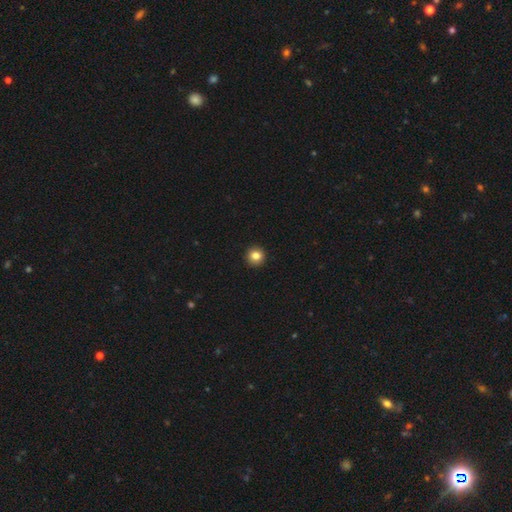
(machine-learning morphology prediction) type=smooth (84%); roundness=round (94%); merging=none (93%).